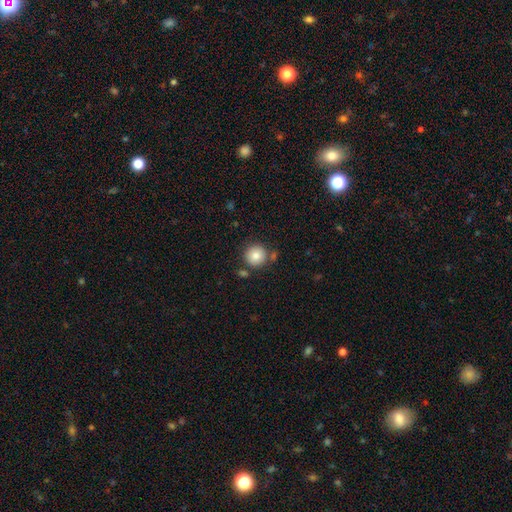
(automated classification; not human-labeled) Q: Smooth or featured?
A: smooth (83%); runner-up: star or artifact (9%)
Q: How rounded?
A: round (94%); runner-up: in between (5%)
Q: Merging?
A: none (78%); runner-up: minor disturbance (10%)